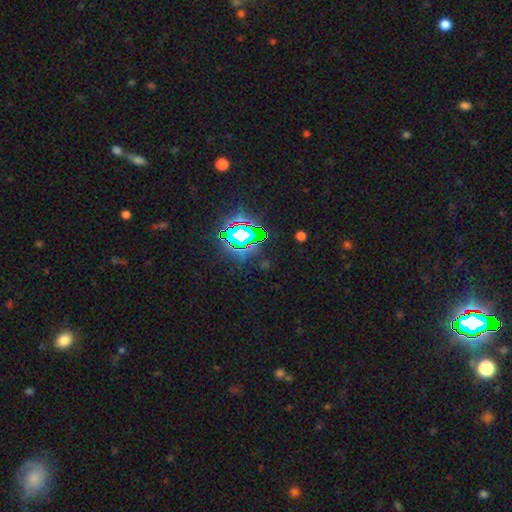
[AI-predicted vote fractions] Morphology: type=star or artifact (83%).